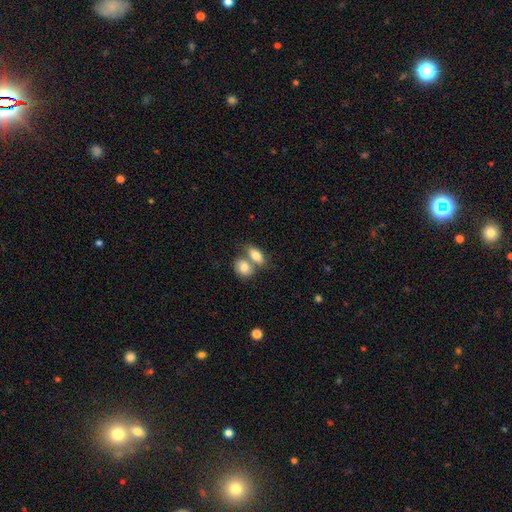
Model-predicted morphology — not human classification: Smooth or featured: smooth — 78% (featured or disk — 16%)
How rounded: in between — 81% (round — 14%)
Merging: merger — 56% (none — 31%)